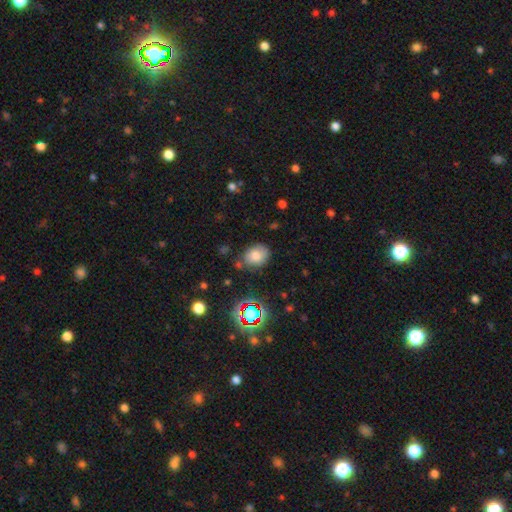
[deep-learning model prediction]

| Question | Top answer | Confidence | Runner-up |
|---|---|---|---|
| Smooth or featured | smooth | 75% | star or artifact (14%) |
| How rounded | in between | 61% | round (38%) |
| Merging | none | 70% | minor disturbance (21%) |